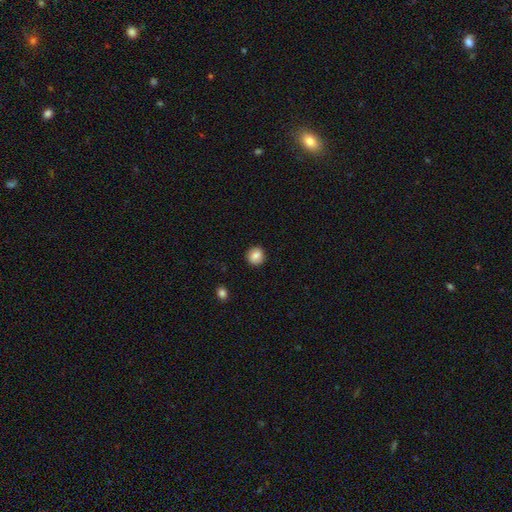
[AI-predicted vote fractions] Smooth or featured: smooth — 84% (star or artifact — 9%)
How rounded: round — 91% (in between — 8%)
Merging: none — 90% (minor disturbance — 7%)